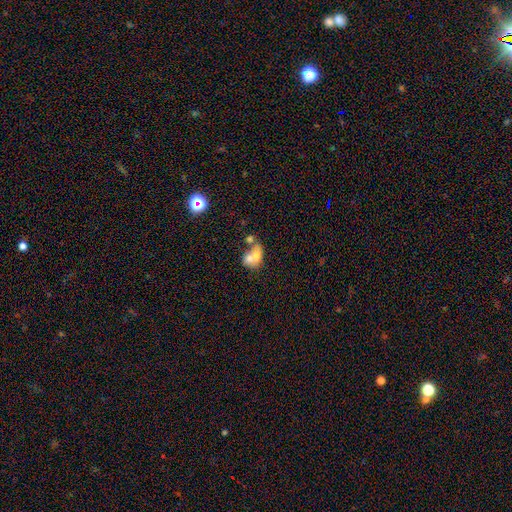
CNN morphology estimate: Q: Smooth or featured?
A: smooth (61%); runner-up: featured or disk (29%)
Q: How rounded?
A: in between (62%); runner-up: round (37%)
Q: Merging?
A: merger (68%); runner-up: none (18%)